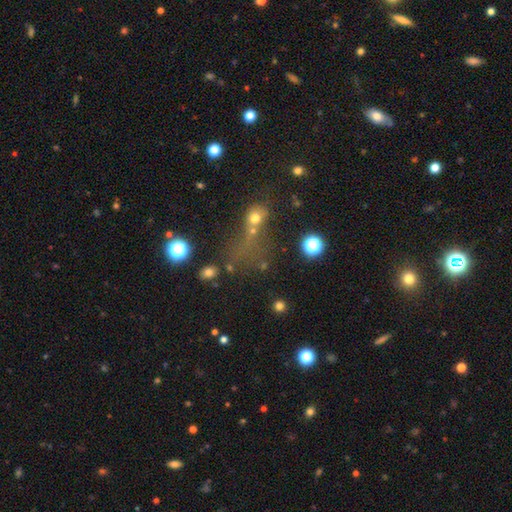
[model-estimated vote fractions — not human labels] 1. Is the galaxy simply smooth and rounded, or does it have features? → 42% smooth, 41% star or artifact, 17% featured or disk.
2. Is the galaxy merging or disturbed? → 41% none, 23% major disturbance, 23% merger, 14% minor disturbance.